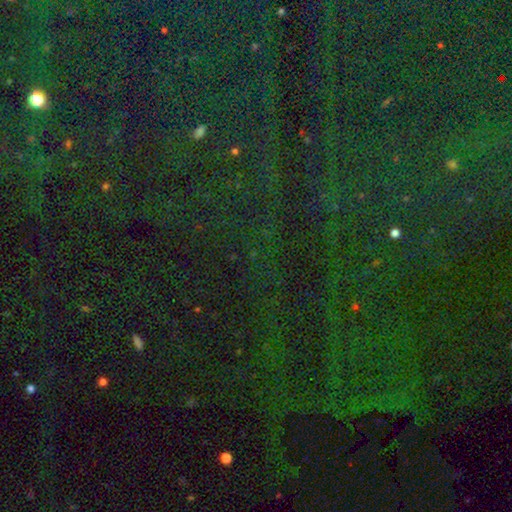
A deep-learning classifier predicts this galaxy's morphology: smooth-or-featured: star or artifact: 84% | smooth: 9% | featured or disk: 7%